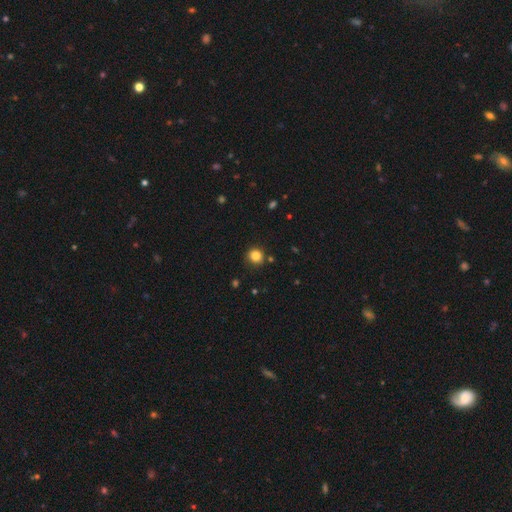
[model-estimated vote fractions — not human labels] A smooth galaxy with no disk features (84%) that is round (90%).

Vote fractions:
- Smooth or featured? smooth: 84% / star or artifact: 12% / featured or disk: 5%
- How rounded? round: 90% / in between: 9% / cigar-shaped: 1%
- Merging? none: 86% / minor disturbance: 9% / merger: 3% / major disturbance: 2%